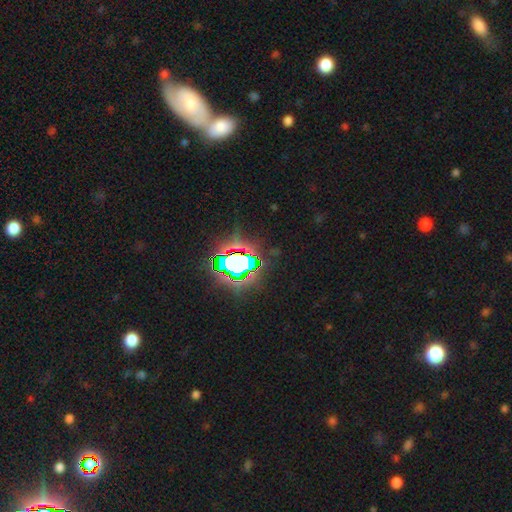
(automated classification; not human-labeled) This is likely a star or artifact rather than a galaxy (76%).